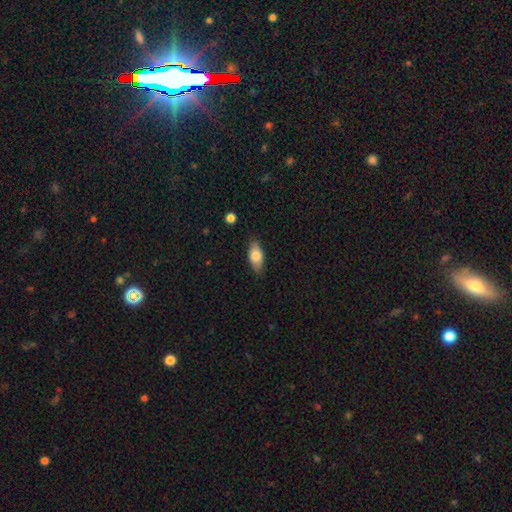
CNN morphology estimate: smooth-or-featured: smooth: 77% | featured or disk: 16% | star or artifact: 7%
  how-rounded: in between: 86% | cigar-shaped: 11% | round: 3%
  merging: none: 84% | minor disturbance: 12% | major disturbance: 2% | merger: 1%